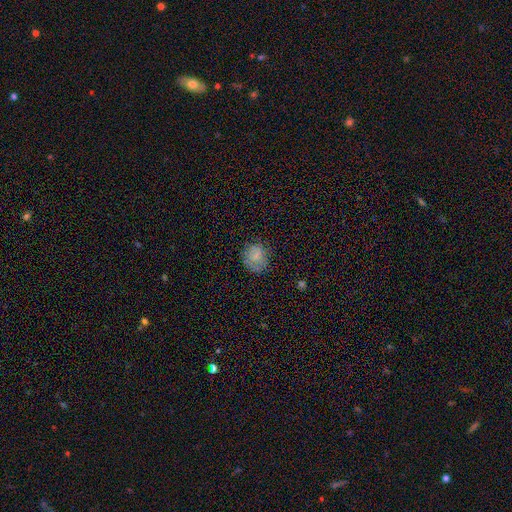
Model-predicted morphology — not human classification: Q: Smooth or featured?
A: smooth (72%); runner-up: featured or disk (16%)
Q: How rounded?
A: round (73%); runner-up: in between (26%)
Q: Merging?
A: none (69%); runner-up: minor disturbance (21%)